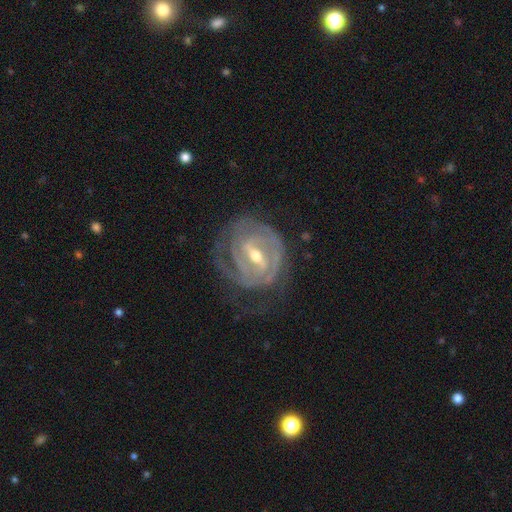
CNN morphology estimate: Smooth or featured? featured or disk (89%)
Edge-on disk? no (95%)
Bar? strong (53%)
Spiral arms? yes (93%)
Spiral winding? tight (74%)
Spiral arm count? 2 (32%)
Bulge size? moderate (59%)
Merging? none (66%)